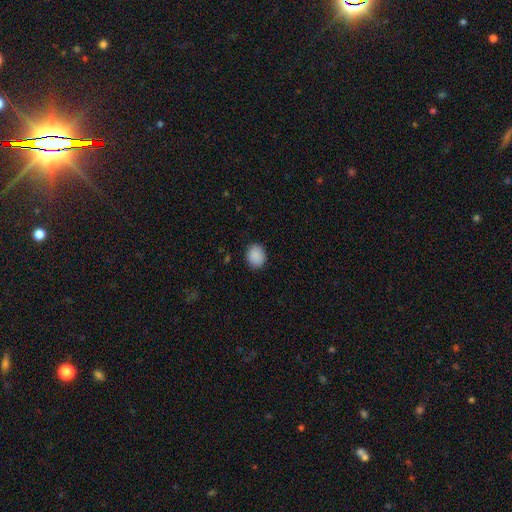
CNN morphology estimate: Q: Smooth or featured?
A: smooth (90%); runner-up: star or artifact (8%)
Q: How rounded?
A: round (57%); runner-up: in between (42%)
Q: Merging?
A: none (88%); runner-up: minor disturbance (9%)